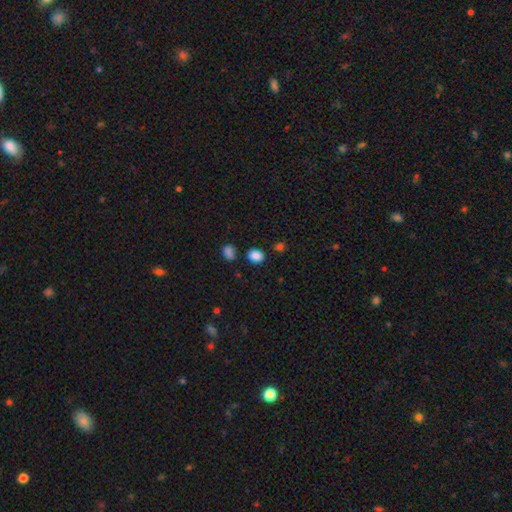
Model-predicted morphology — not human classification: A smooth galaxy with no disk features (86%) that is in between round and cigar-shaped (59%).

Vote fractions:
- Smooth or featured? smooth: 86% / star or artifact: 10% / featured or disk: 4%
- How rounded? in between: 59% / round: 40% / cigar-shaped: 1%
- Merging? none: 80% / minor disturbance: 11% / merger: 6% / major disturbance: 3%